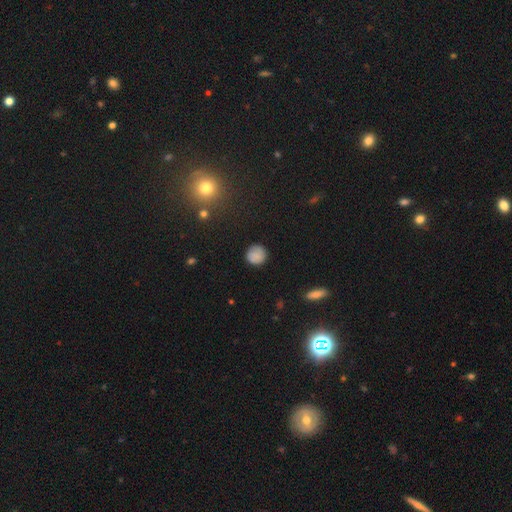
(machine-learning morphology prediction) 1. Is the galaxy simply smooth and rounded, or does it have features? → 84% smooth, 10% star or artifact, 7% featured or disk.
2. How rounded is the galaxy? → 93% round, 6% in between, 1% cigar-shaped.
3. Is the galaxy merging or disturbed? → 85% none, 11% minor disturbance, 3% major disturbance, 1% merger.